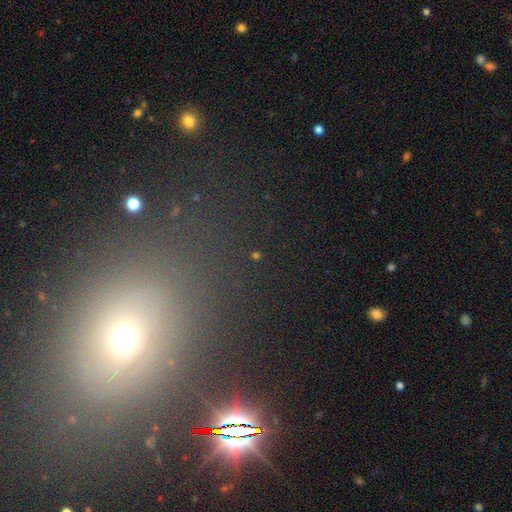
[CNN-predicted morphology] Overall: star or artifact (62%; smooth 26%).